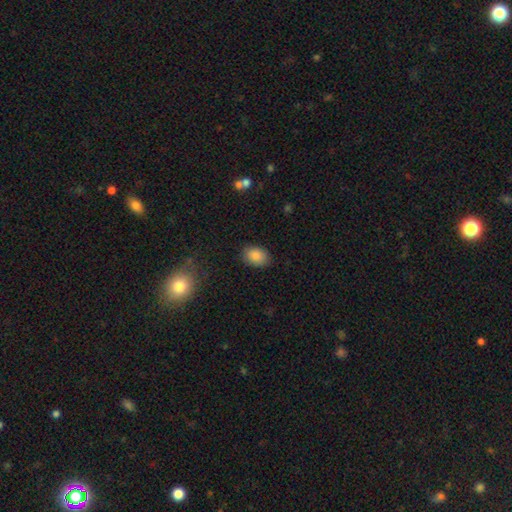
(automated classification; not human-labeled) Overall: smooth (87%). How rounded: in between (82%). Merging: none (86%).